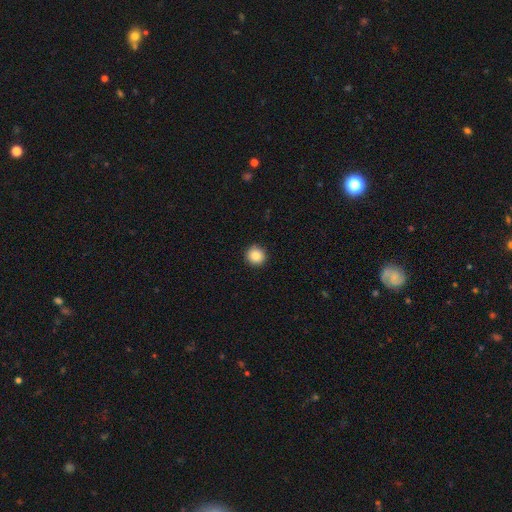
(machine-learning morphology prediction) Smooth or featured: smooth — 86% (star or artifact — 9%)
How rounded: round — 95% (in between — 4%)
Merging: none — 92% (minor disturbance — 5%)